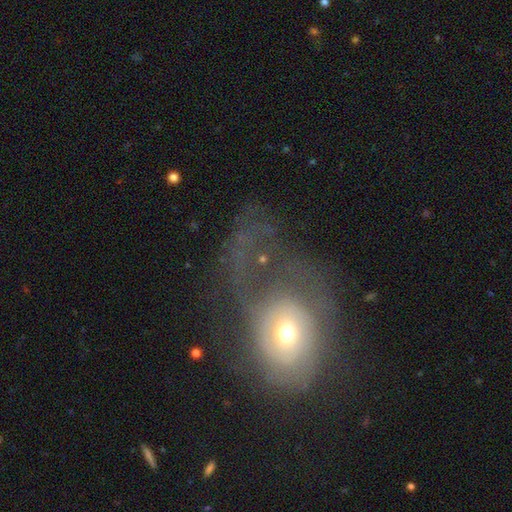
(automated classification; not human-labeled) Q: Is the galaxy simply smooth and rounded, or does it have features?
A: featured or disk — 45%.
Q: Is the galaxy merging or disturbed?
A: major disturbance — 58%.